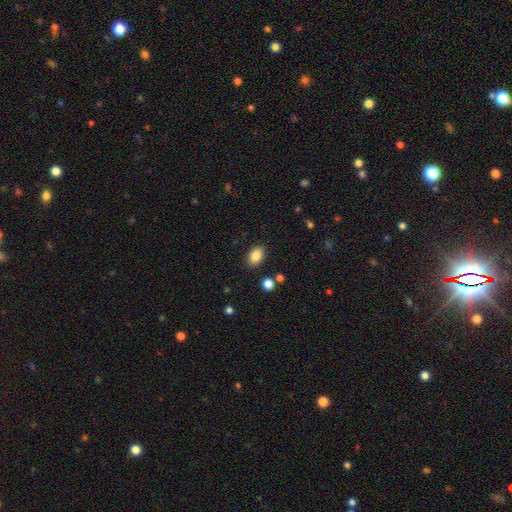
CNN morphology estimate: smooth 86%, star or artifact 9%, featured or disk 5%. Down the decision tree: how rounded — in between (82%); merging — none (87%).